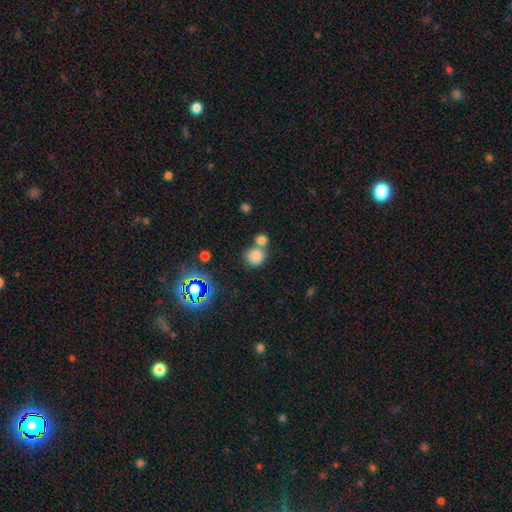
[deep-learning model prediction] A smooth galaxy with no disk features (80%) that is round (86%).

Vote fractions:
- Smooth or featured? smooth: 80% / star or artifact: 13% / featured or disk: 7%
- How rounded? round: 86% / in between: 13% / cigar-shaped: 1%
- Merging? none: 48% / merger: 40% / minor disturbance: 8% / major disturbance: 4%